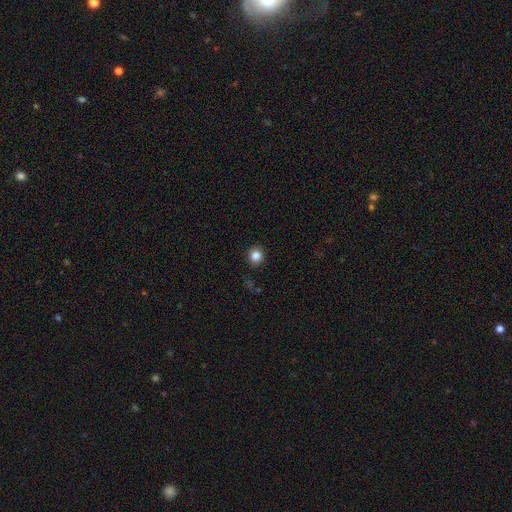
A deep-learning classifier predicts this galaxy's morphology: A smooth galaxy with no disk features (84%) that is round (90%). Merging: none (90%).